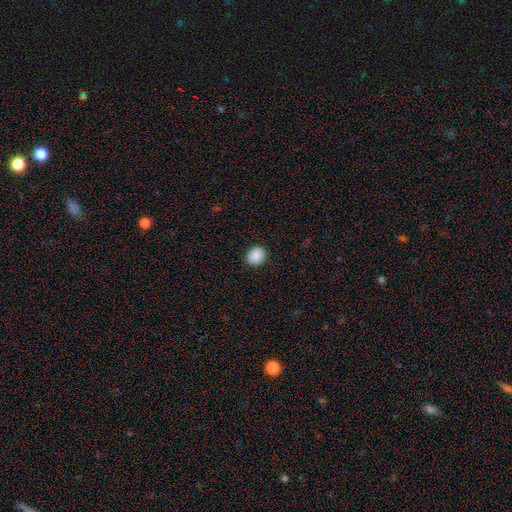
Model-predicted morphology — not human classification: This is clearly a smooth galaxy (88%). How rounded: likely round (68%). Merging: clearly none (88%).